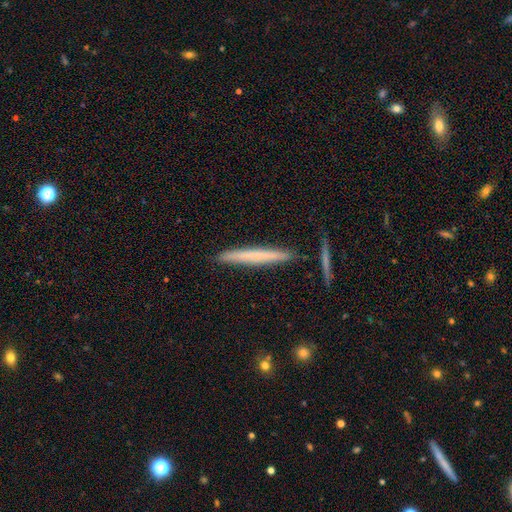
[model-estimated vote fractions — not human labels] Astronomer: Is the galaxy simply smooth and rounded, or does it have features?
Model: smooth — 60%.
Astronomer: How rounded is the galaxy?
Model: cigar-shaped — 97%.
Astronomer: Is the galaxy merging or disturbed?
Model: none — 88%.